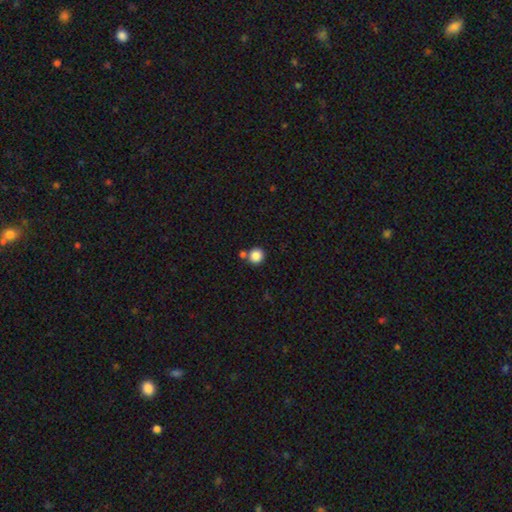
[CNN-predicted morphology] Q: Smooth or featured?
A: smooth (86%); runner-up: star or artifact (10%)
Q: How rounded?
A: round (92%); runner-up: in between (7%)
Q: Merging?
A: none (73%); runner-up: merger (17%)